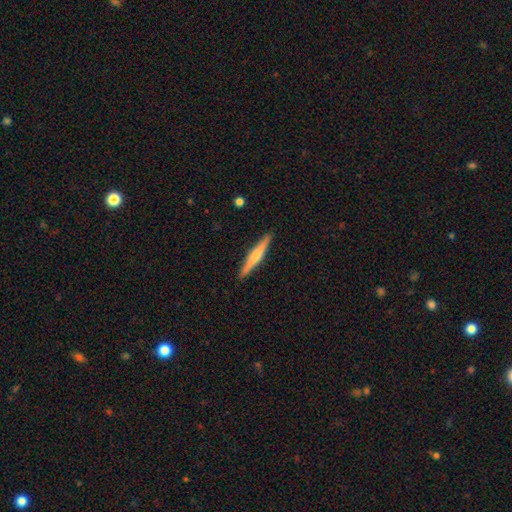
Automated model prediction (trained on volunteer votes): Smooth or featured?
  - featured or disk: 51% *
  - smooth: 43%
  - star or artifact: 5%
Edge-on disk?
  - yes: 97% *
  - no: 3%
Edge-on bulge?
  - rounded: 64% *
  - none: 24%
  - boxy: 12%
Merging?
  - none: 91% *
  - minor disturbance: 6%
  - major disturbance: 1%
  - merger: 1%